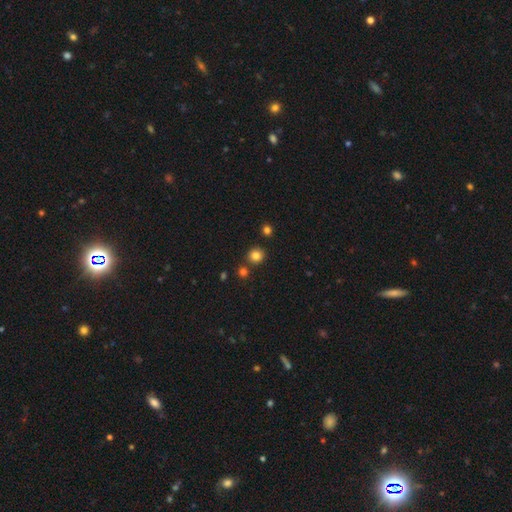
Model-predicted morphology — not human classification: type=smooth (82%); roundness=round (88%); merging=none (81%).